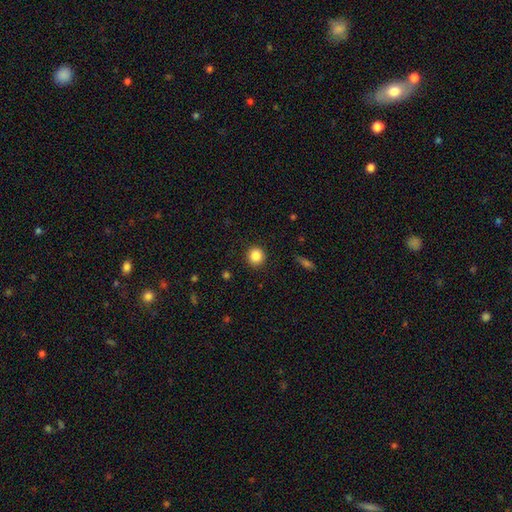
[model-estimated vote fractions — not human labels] Smooth or featured?
  - smooth: 86% *
  - star or artifact: 10%
  - featured or disk: 4%
How rounded?
  - round: 91% *
  - in between: 8%
  - cigar-shaped: 1%
Merging?
  - none: 90% *
  - minor disturbance: 6%
  - major disturbance: 2%
  - merger: 1%